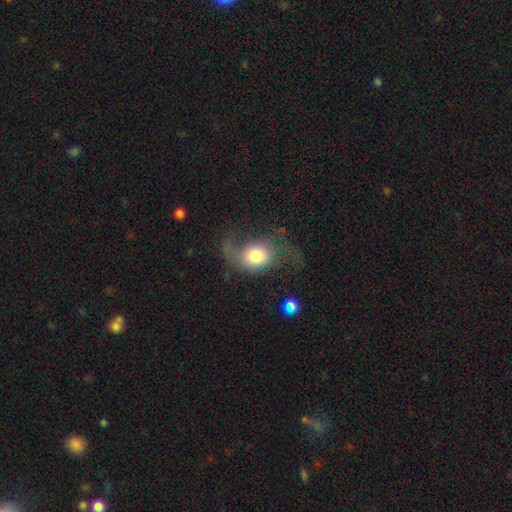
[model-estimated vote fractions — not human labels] smooth 57%, featured or disk 34%, star or artifact 9%. Down the decision tree: how rounded — in between (54%); merging — major disturbance (43%).